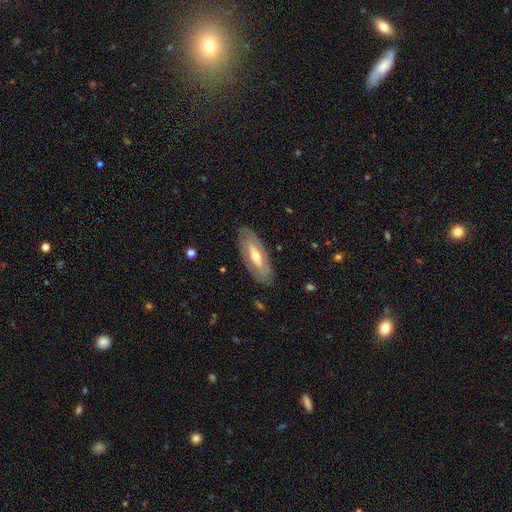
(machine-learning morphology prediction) The model was most divided on "smooth or featured": featured or disk: 59%, smooth: 36%, star or artifact: 5%. More confident: merging — none (83%); edge-on disk — no (77%).